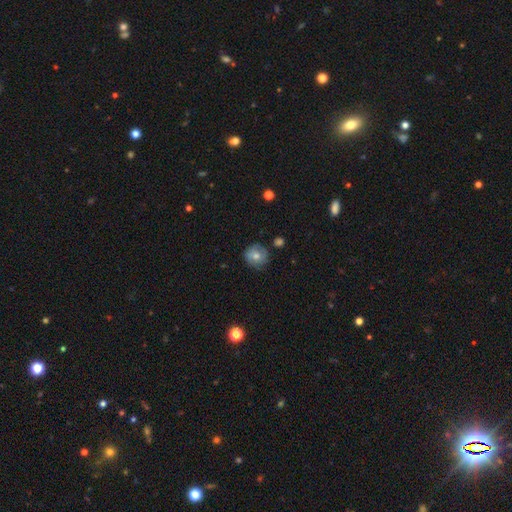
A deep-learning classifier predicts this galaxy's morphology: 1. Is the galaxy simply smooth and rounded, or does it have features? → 58% smooth, 32% featured or disk, 10% star or artifact.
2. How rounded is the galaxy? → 91% round, 8% in between, 1% cigar-shaped.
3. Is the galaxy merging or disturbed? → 80% none, 15% minor disturbance, 3% major disturbance, 2% merger.